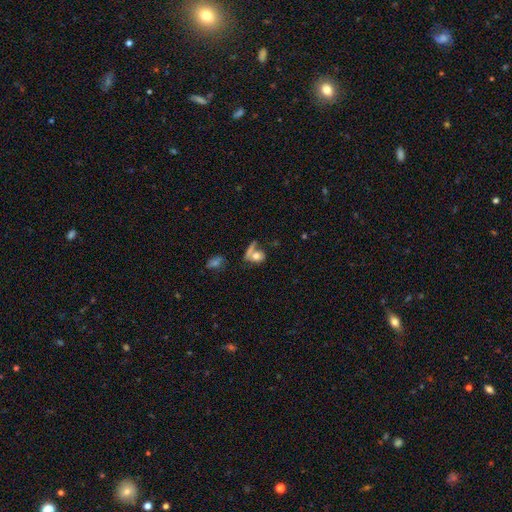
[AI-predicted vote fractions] Morphology: type=smooth (63%); roundness=in between (55%); merging=none (34%).